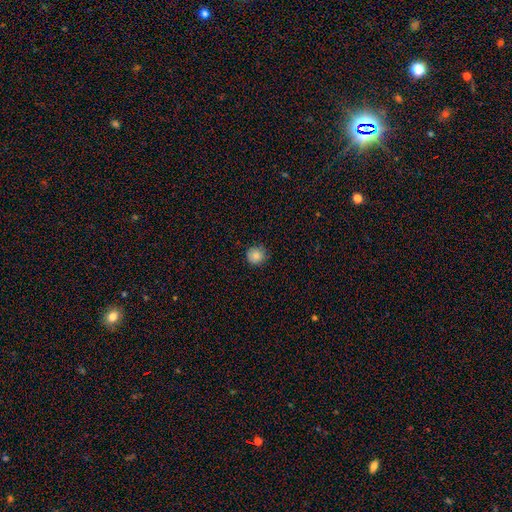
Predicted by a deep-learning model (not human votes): smooth-or-featured: smooth: 83% | star or artifact: 11% | featured or disk: 7%
  how-rounded: round: 93% | in between: 6% | cigar-shaped: 1%
  merging: none: 84% | minor disturbance: 12% | major disturbance: 2% | merger: 1%